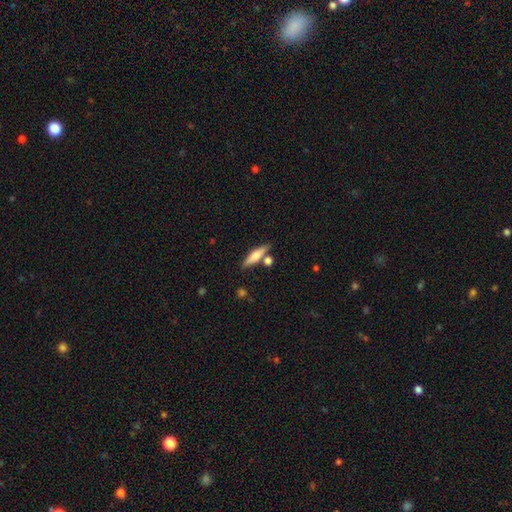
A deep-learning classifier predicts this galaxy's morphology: This is likely a smooth galaxy (65%). How rounded: likely cigar-shaped (73%). Merging: likely none (73%).